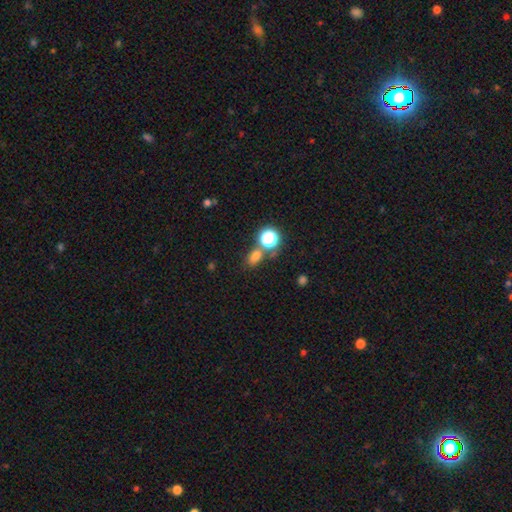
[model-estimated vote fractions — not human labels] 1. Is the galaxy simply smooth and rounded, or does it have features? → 69% smooth, 24% star or artifact, 7% featured or disk.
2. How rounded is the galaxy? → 62% in between, 36% round, 2% cigar-shaped.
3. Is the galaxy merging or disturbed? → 64% none, 19% merger, 12% minor disturbance, 5% major disturbance.